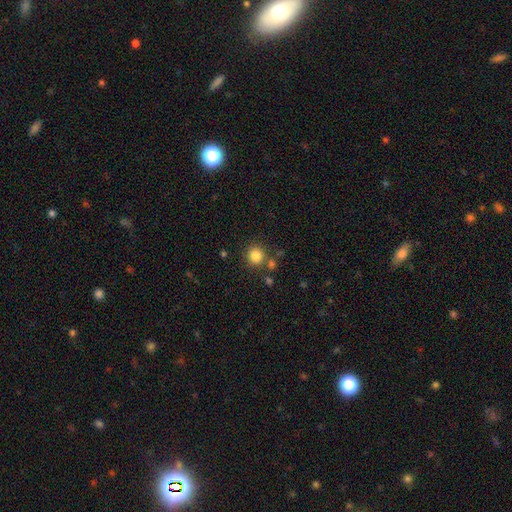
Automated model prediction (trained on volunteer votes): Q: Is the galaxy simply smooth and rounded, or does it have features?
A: smooth — 84%.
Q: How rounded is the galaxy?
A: round — 92%.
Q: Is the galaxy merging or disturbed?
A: none — 80%.